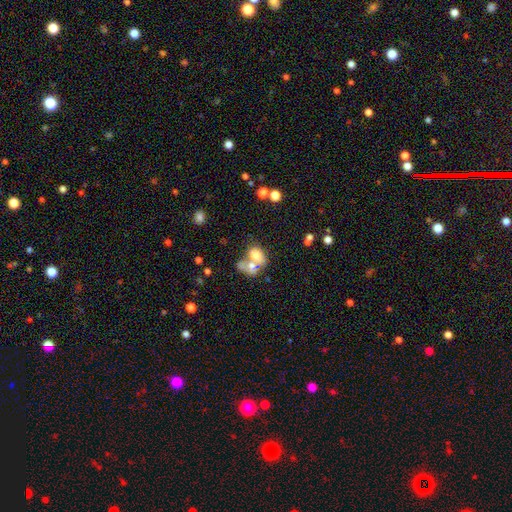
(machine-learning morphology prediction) Q: Smooth or featured?
A: smooth (68%); runner-up: featured or disk (23%)
Q: How rounded?
A: in between (73%); runner-up: round (26%)
Q: Merging?
A: merger (67%); runner-up: none (19%)